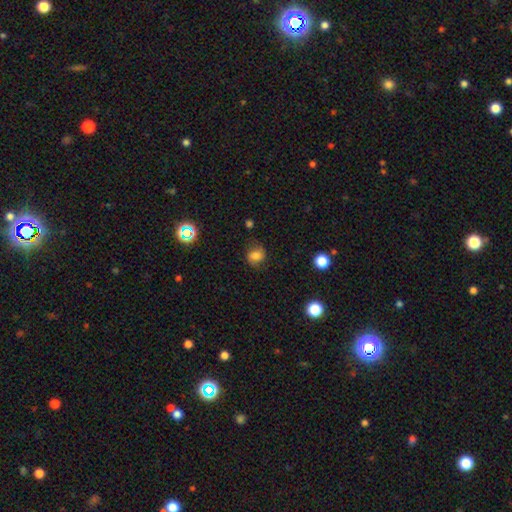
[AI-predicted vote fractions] Q: Smooth or featured?
A: smooth (68%); runner-up: featured or disk (19%)
Q: How rounded?
A: round (66%); runner-up: in between (33%)
Q: Merging?
A: none (72%); runner-up: minor disturbance (19%)